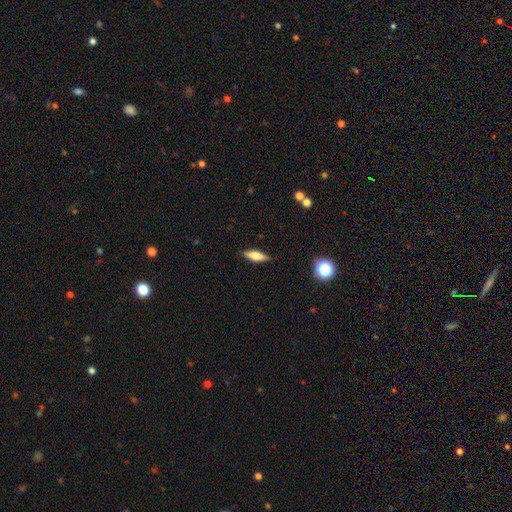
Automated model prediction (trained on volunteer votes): A smooth galaxy with no disk features (62%) that is in between round and cigar-shaped (49%). Merging: none (86%).